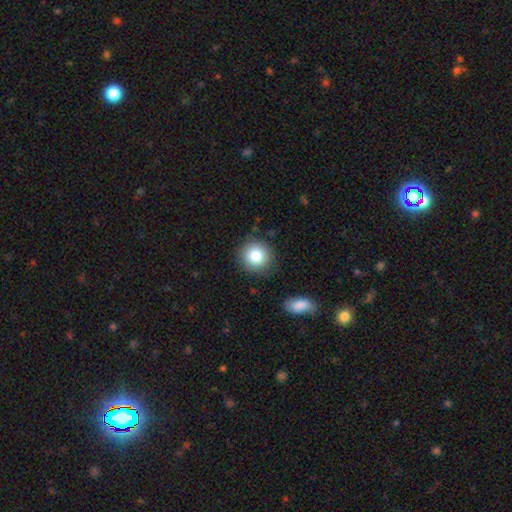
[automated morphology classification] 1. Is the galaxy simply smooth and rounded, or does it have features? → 80% smooth, 10% star or artifact, 9% featured or disk.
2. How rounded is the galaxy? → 92% round, 7% in between, 1% cigar-shaped.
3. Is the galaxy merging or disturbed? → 88% none, 8% minor disturbance, 2% major disturbance, 2% merger.